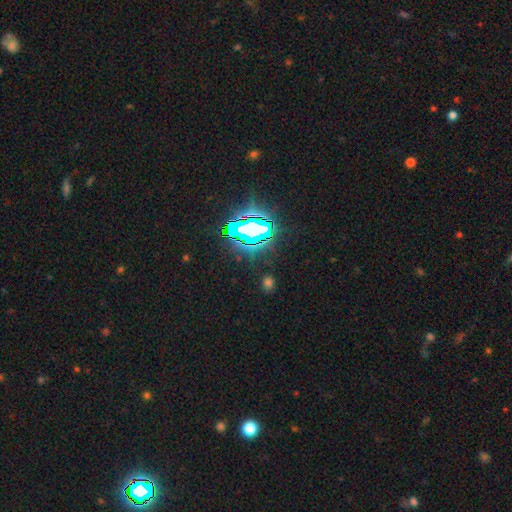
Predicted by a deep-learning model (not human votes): This appears to be a star or artifact, not a galaxy (82%).